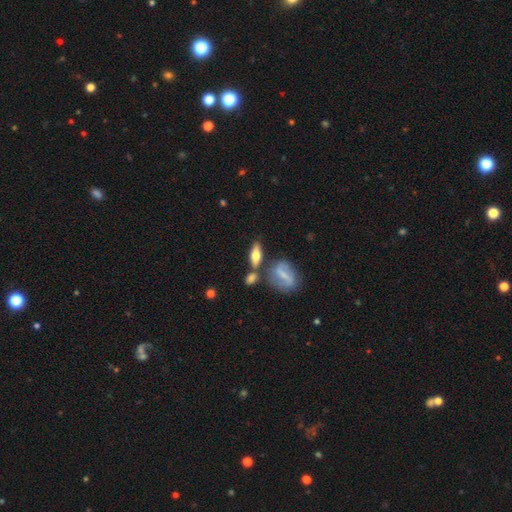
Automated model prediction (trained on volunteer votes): Overall: smooth (49%; featured or disk 44%). Merging: none (63%).